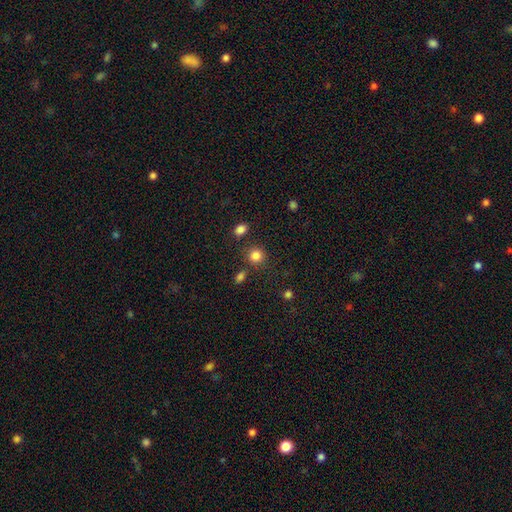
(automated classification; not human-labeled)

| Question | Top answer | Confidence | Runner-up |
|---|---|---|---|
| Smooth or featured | smooth | 85% | star or artifact (11%) |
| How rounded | round | 85% | in between (14%) |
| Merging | none | 80% | minor disturbance (9%) |